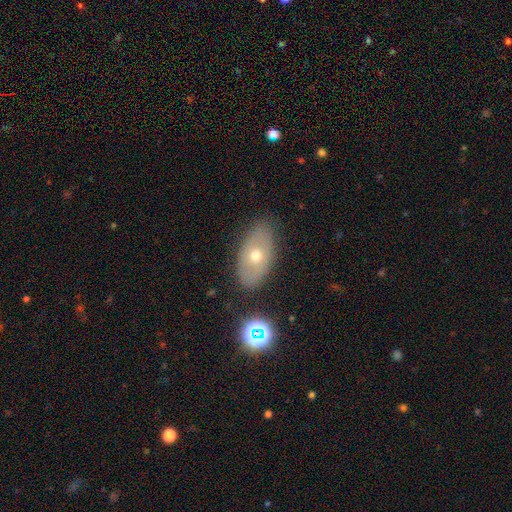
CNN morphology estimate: Overall: smooth (51%; featured or disk 38%). How rounded: in between (89%). Merging: none (82%).